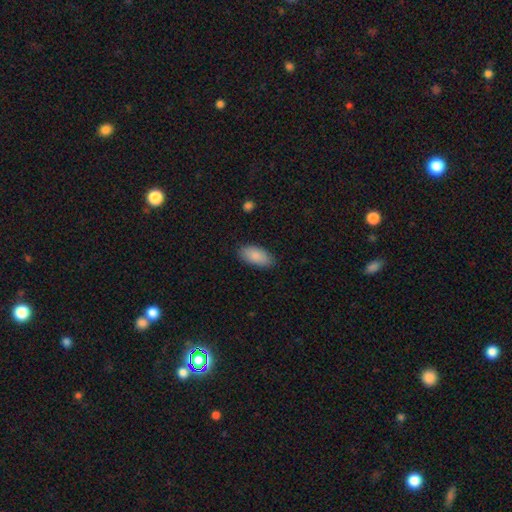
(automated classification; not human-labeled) The model was most divided on "merging": none: 85%, minor disturbance: 12%, major disturbance: 2%, merger: 1%. More confident: how rounded — in between (93%); smooth or featured — smooth (88%).